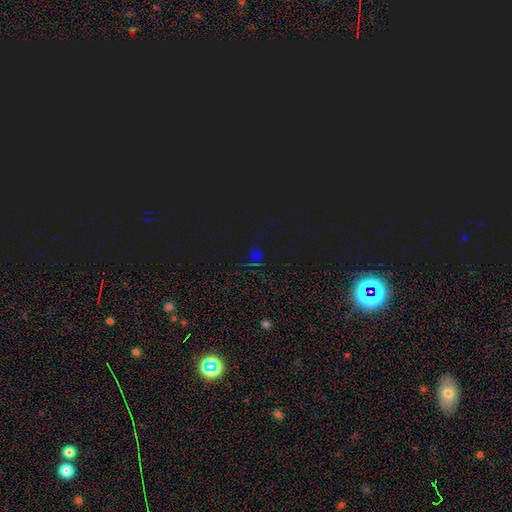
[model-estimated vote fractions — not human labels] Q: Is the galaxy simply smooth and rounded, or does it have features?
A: star or artifact — 70%.